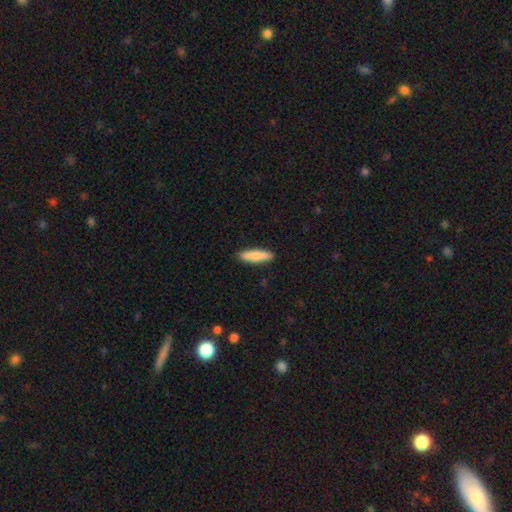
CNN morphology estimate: smooth 81%, featured or disk 13%, star or artifact 5%. Down the decision tree: how rounded — cigar-shaped (79%); merging — none (91%).